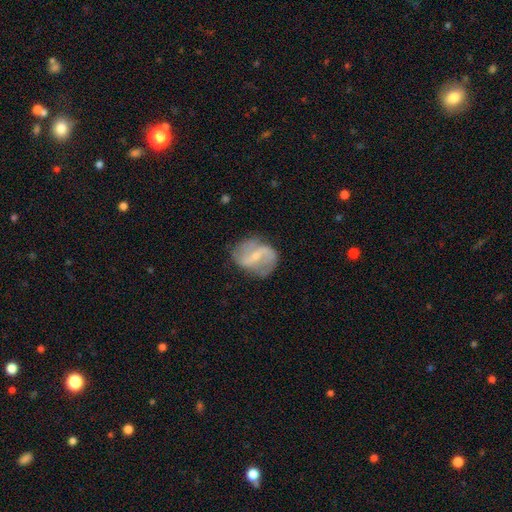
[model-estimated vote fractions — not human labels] smooth-or-featured: featured or disk: 76% | smooth: 18% | star or artifact: 6%
  disk-edge-on: no: 96% | yes: 4%
    bar: strong: 46% | weak: 40% | no: 14%
    has-spiral-arms: yes: 84% | no: 16%
      spiral-winding: loose: 49% | medium: 37% | tight: 14%
      spiral-arm-count: 2: 83% | can't tell: 9% | 1: 3% | 3: 2% | 4: 1% | more than 4: 1%
    bulge-size: small: 64% | moderate: 28% | none: 6% | large: 1% | dominant: 1%
  merging: none: 66% | minor disturbance: 22% | major disturbance: 10% | merger: 2%